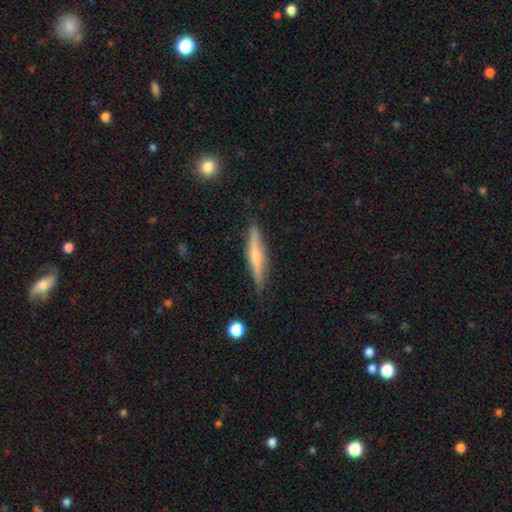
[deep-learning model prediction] Overall: featured or disk (61%; smooth 33%). Edge-on disk: yes (96%). Edge-on bulge: rounded (79%). Merging: none (87%).